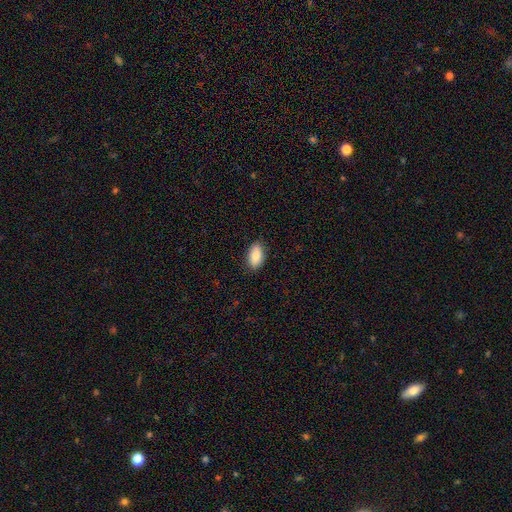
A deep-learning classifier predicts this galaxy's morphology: This is clearly a smooth galaxy (84%). How rounded: clearly in between (92%). Merging: clearly none (86%).